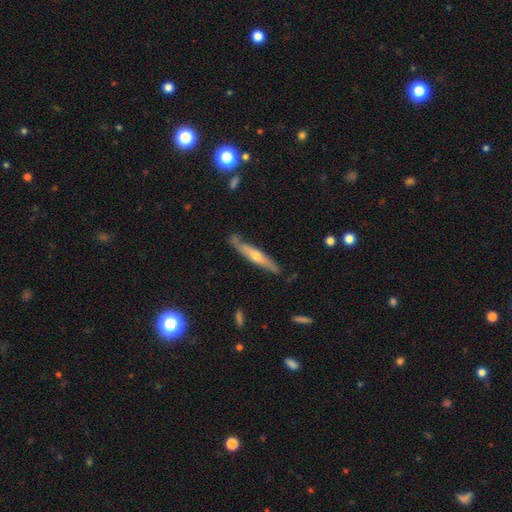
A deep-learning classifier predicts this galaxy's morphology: Smooth or featured: featured or disk — 61% (smooth — 33%)
Edge-on disk: yes — 87% (no — 13%)
Edge-on bulge: rounded — 80% (none — 16%)
Merging: none — 77% (minor disturbance — 17%)